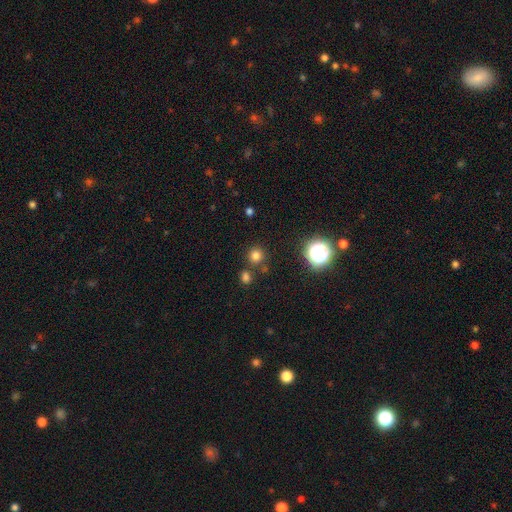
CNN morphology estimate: Q: Smooth or featured?
A: smooth (75%); runner-up: star or artifact (20%)
Q: How rounded?
A: round (92%); runner-up: in between (7%)
Q: Merging?
A: none (79%); runner-up: merger (10%)